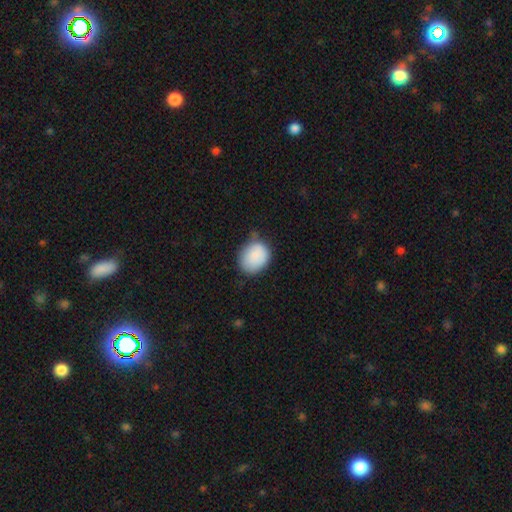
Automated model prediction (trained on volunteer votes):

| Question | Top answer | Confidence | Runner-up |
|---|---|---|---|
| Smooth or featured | smooth | 87% | star or artifact (7%) |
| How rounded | round | 53% | in between (46%) |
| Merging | none | 58% | minor disturbance (32%) |